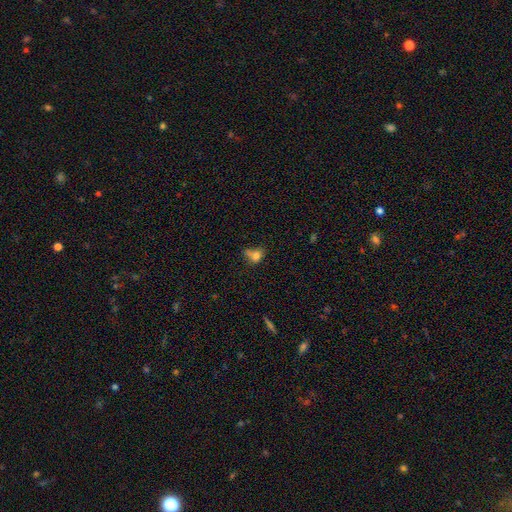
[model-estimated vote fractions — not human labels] A smooth galaxy with no disk features (73%) that is in between round and cigar-shaped (55%). Merging: none (30%, tied with minor disturbance).